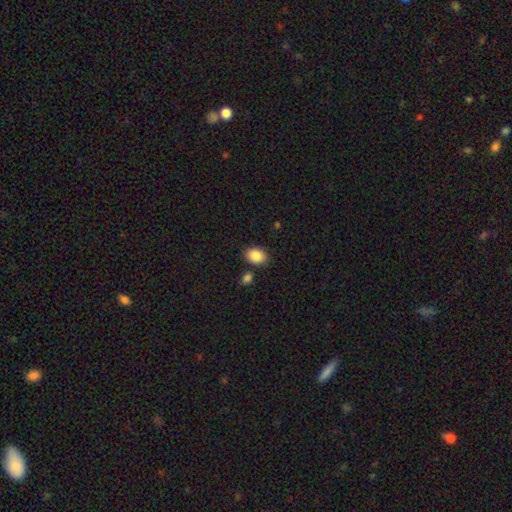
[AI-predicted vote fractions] Smooth or featured: smooth — 87% (star or artifact — 8%)
How rounded: in between — 72% (round — 27%)
Merging: none — 80% (minor disturbance — 11%)